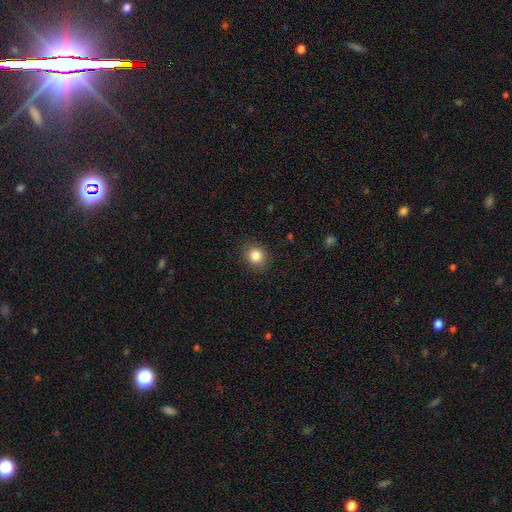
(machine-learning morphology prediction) Smooth or featured? Predicted: smooth (p=0.85). How rounded? Predicted: round (p=0.81). Merging? Predicted: none (p=0.89).